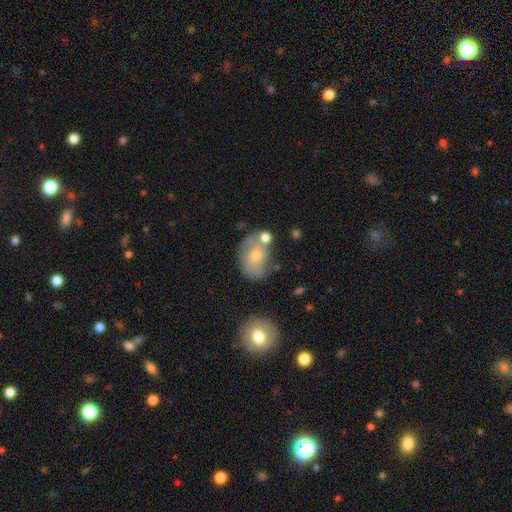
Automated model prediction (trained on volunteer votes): Smooth or featured: smooth — 55% (featured or disk — 37%)
How rounded: in between — 71% (round — 28%)
Merging: none — 45% (minor disturbance — 25%)